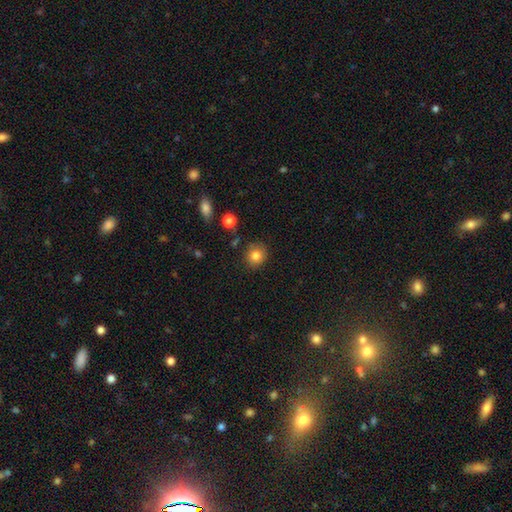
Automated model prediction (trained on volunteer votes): Morphology: type=smooth (82%); roundness=round (85%); merging=none (84%).